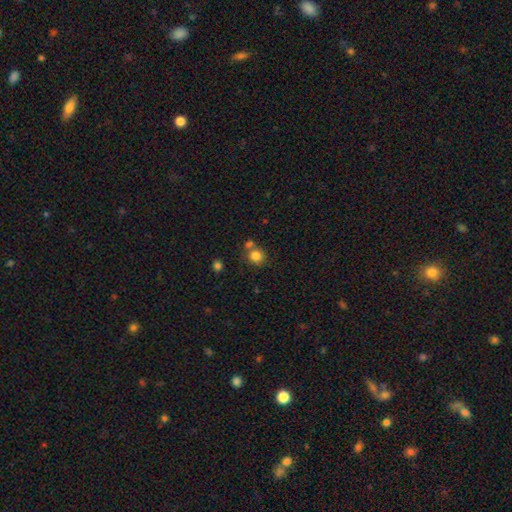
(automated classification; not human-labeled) smooth-or-featured: smooth: 82% | star or artifact: 12% | featured or disk: 7%
  how-rounded: round: 88% | in between: 11% | cigar-shaped: 1%
  merging: none: 61% | merger: 25% | minor disturbance: 10% | major disturbance: 4%